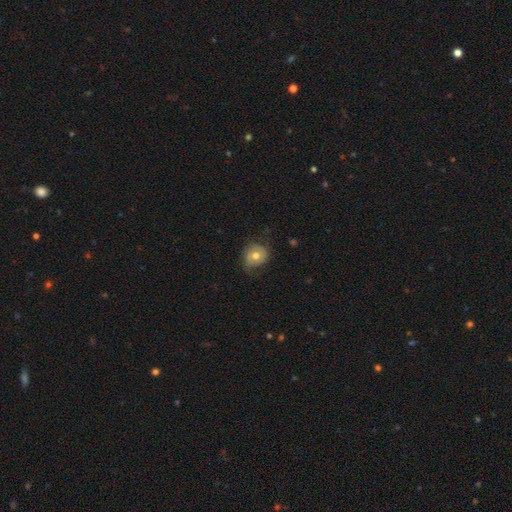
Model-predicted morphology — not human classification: This appears to be a smooth galaxy with no disk features (59%) that is round (71%). Merging: none (55%).